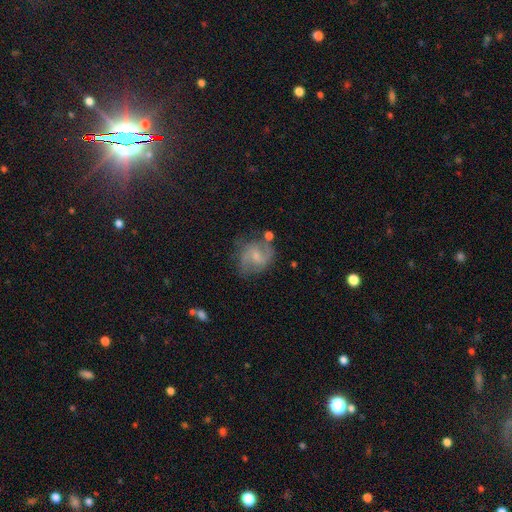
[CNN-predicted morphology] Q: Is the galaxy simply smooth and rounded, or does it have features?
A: featured or disk — 70%.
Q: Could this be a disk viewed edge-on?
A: no — 98%.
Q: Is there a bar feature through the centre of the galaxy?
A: weak — 52%.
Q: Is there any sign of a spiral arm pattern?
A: yes — 90%.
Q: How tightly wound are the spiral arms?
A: medium — 50%.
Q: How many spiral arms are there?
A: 2 — 81%.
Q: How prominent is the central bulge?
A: small — 58%.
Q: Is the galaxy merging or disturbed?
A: none — 61%.